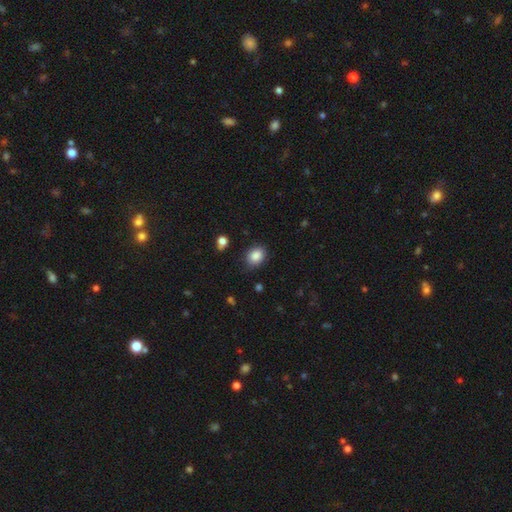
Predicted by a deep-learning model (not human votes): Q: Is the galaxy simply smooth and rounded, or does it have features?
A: smooth — 86%.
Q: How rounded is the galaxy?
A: in between — 55%.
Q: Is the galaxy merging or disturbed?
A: none — 79%.